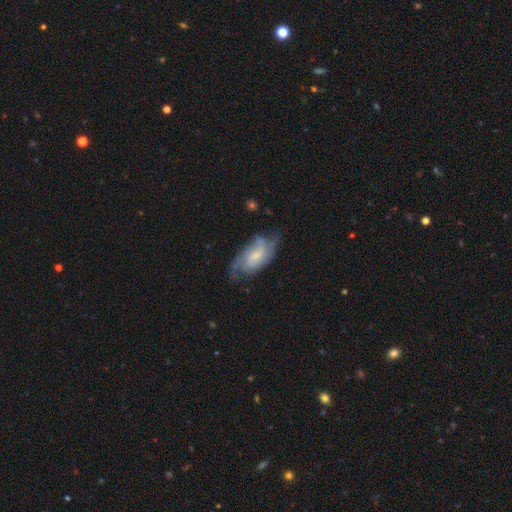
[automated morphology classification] A featured or disk galaxy (73%) with a weak bar (47%), 2 (47%) medium (45%) spiral arms (92%) and a small central bulge (57%). Merging: none (61%).